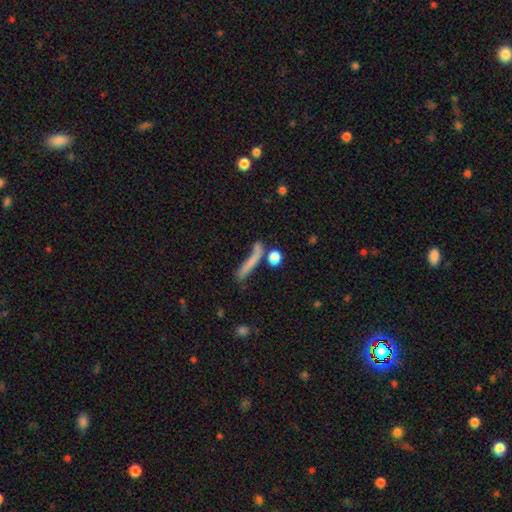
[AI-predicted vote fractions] Q: Smooth or featured?
A: smooth (62%); runner-up: featured or disk (27%)
Q: How rounded?
A: cigar-shaped (84%); runner-up: in between (9%)
Q: Merging?
A: none (60%); runner-up: minor disturbance (16%)